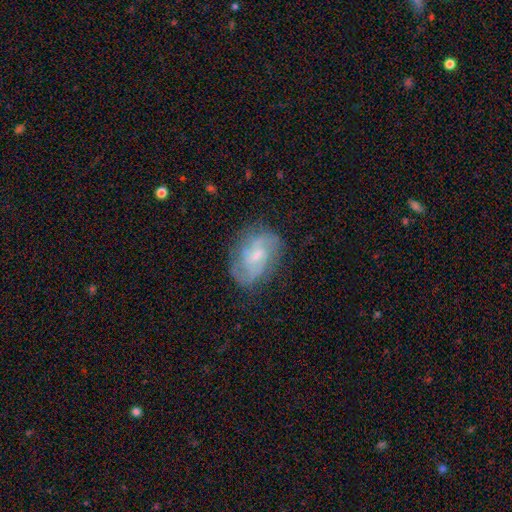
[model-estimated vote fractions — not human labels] smooth_or_featured: featured or disk (p=0.68) [alt: smooth p=0.24]
disk_edge_on: no (p=0.97) [alt: yes p=0.03]
bar: weak (p=0.52) [alt: no p=0.38]
has_spiral_arms: yes (p=0.86) [alt: no p=0.14]
spiral_winding: medium (p=0.44) [alt: tight p=0.35]
spiral_arm_count: 2 (p=0.46) [alt: can't tell p=0.31]
bulge_size: small (p=0.54) [alt: moderate p=0.32]
merging: none (p=0.69) [alt: minor disturbance p=0.21]